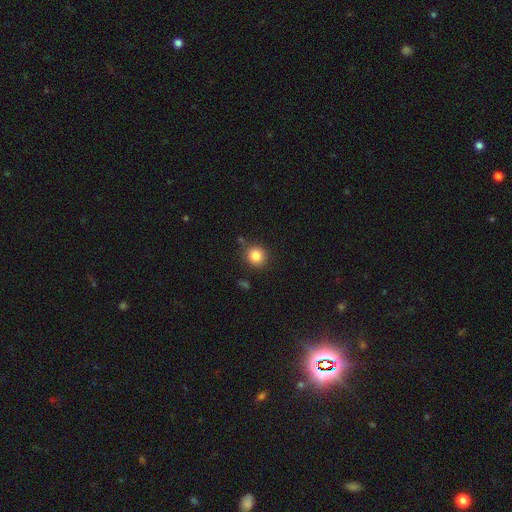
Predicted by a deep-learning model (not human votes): Overall: smooth (83%). How rounded: round (89%). Merging: none (83%).